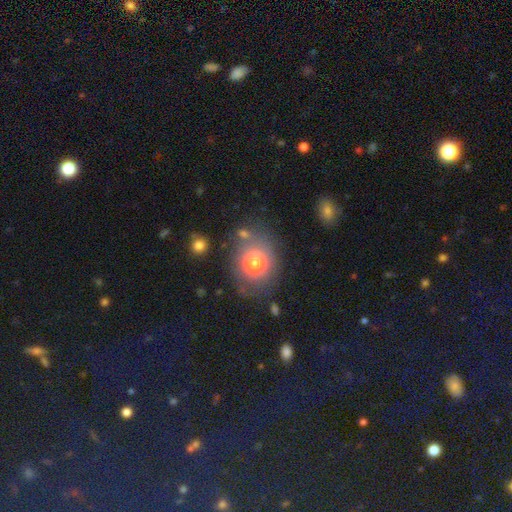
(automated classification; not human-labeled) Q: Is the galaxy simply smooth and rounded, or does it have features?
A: smooth — 69%.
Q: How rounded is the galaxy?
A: round — 71%.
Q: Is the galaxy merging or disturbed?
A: none — 76%.